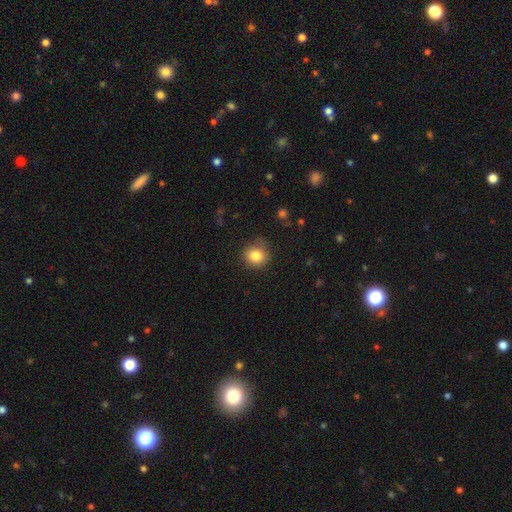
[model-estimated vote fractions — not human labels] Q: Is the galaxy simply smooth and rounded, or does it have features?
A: smooth — 83%.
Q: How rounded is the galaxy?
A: round — 79%.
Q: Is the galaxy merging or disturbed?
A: none — 76%.